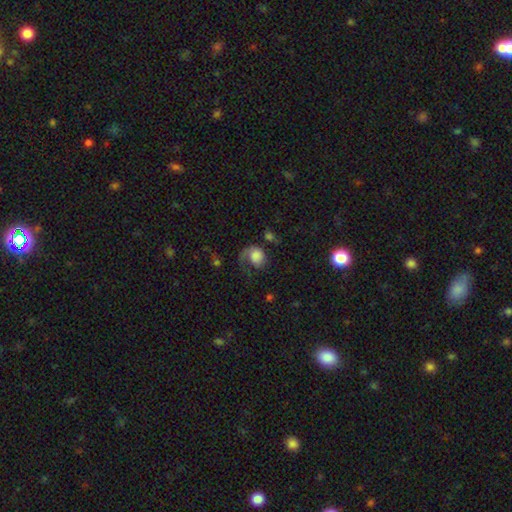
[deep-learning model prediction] A smooth galaxy with no disk features (46%). Merging: major disturbance (47%).